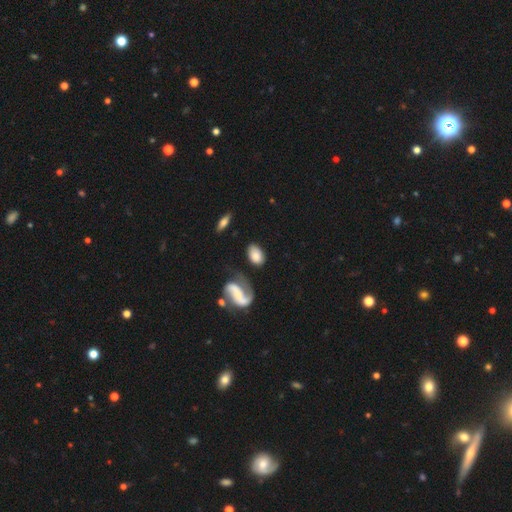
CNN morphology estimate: This appears to be a smooth galaxy with no disk features (69%) that is in between round and cigar-shaped (85%). Merging: none (64%).